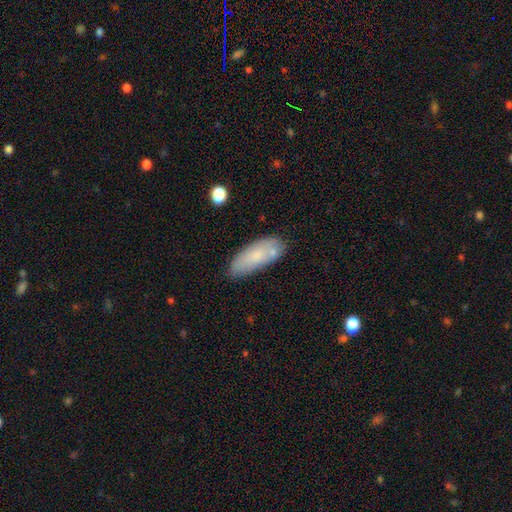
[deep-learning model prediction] smooth 75%, featured or disk 19%, star or artifact 7%. Down the decision tree: how rounded — in between (78%); merging — none (65%).